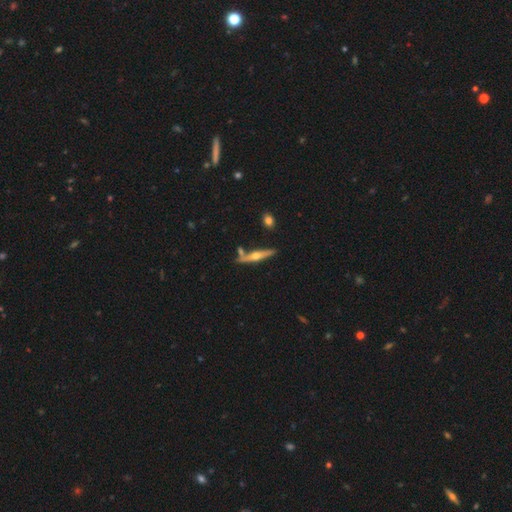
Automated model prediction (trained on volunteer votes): A featured or disk galaxy (66%) viewed edge-on (95%) with a rounded central bulge (93%). Merging: none (78%).